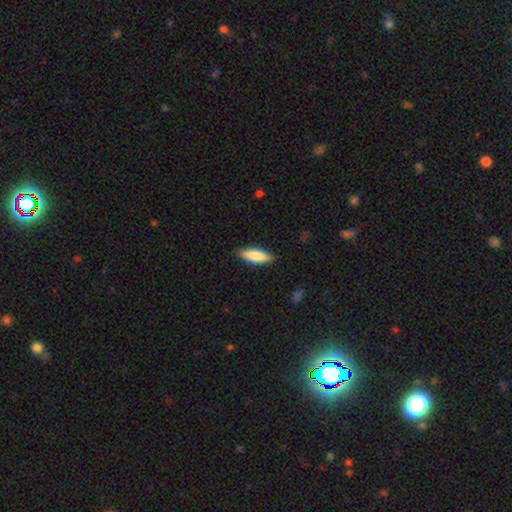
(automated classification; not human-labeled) smooth 75%, featured or disk 19%, star or artifact 6%. Down the decision tree: how rounded — cigar-shaped (53%); merging — none (88%).